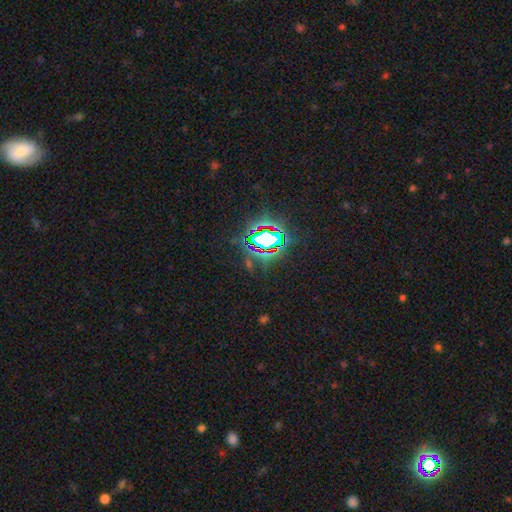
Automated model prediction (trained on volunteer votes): A star or artifact, not a galaxy (82%).

Vote fractions:
- Smooth or featured? star or artifact: 82% / smooth: 11% / featured or disk: 7%